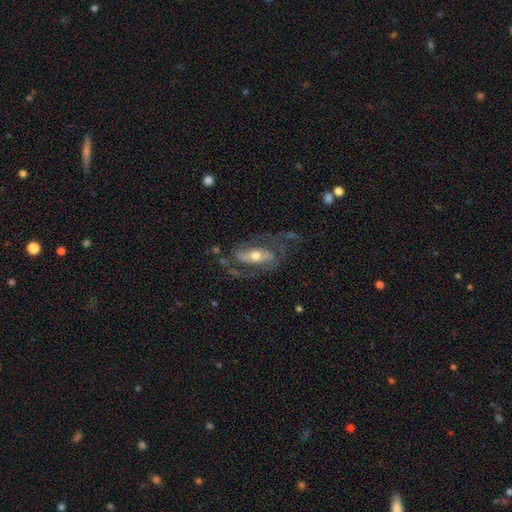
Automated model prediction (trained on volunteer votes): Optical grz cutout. It shows a featured or disk galaxy (80%) with no bar (36%), 2 (86%) medium (48%) spiral arms (86%) and a moderate central bulge (66%). Merging: none (60%).